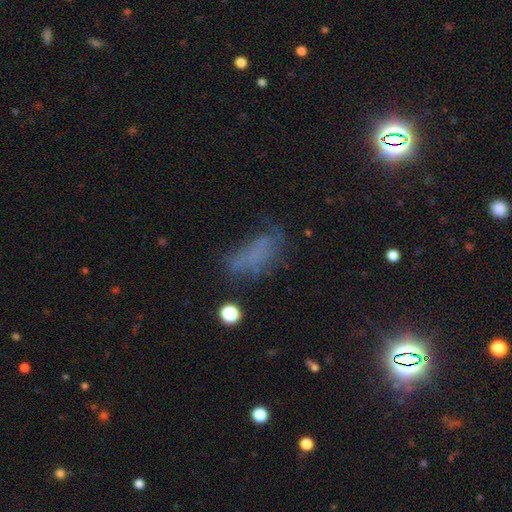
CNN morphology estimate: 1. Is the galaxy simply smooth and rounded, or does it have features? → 44% smooth, 34% star or artifact, 22% featured or disk.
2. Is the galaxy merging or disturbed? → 44% none, 26% minor disturbance, 25% major disturbance, 5% merger.